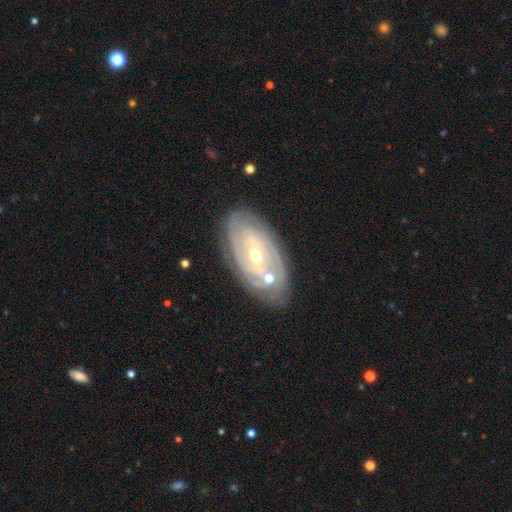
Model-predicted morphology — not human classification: This is clearly a featured or disk galaxy (84%). It is clearly not viewed edge-on (93%). Bar: marginally no (43%). Spiral arm pattern: clearly yes (92%). Spiral arm count: marginally can't tell (33%). Spiral winding: likely tight (75%). Central bulge: possibly moderate (54%). Merging: likely none (77%).